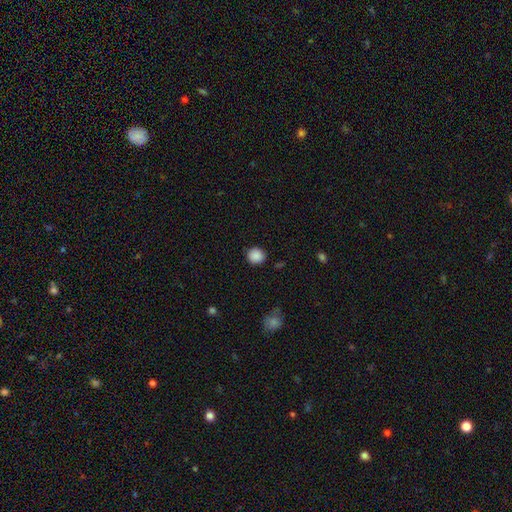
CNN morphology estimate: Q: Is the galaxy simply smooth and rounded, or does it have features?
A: smooth — 88%.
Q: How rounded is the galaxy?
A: round — 89%.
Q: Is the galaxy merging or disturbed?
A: none — 88%.